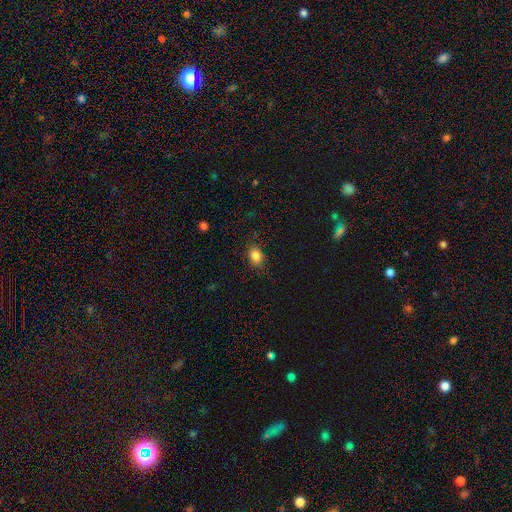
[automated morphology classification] Smooth or featured: smooth — 85% (star or artifact — 10%)
How rounded: in between — 70% (round — 28%)
Merging: none — 84% (minor disturbance — 12%)